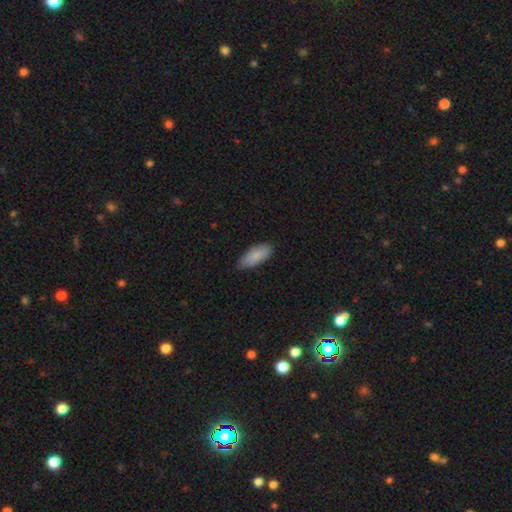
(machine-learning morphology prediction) This appears to be a smooth galaxy with no disk features (88%) that is in between round and cigar-shaped (77%). Merging: none (80%).